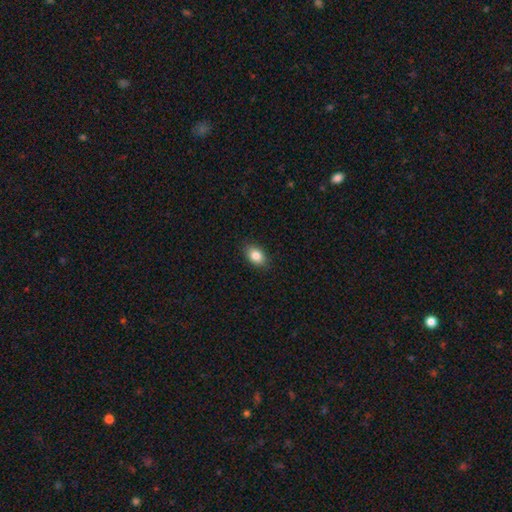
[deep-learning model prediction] This is clearly a smooth galaxy (85%). How rounded: clearly in between (86%). Merging: clearly none (88%).